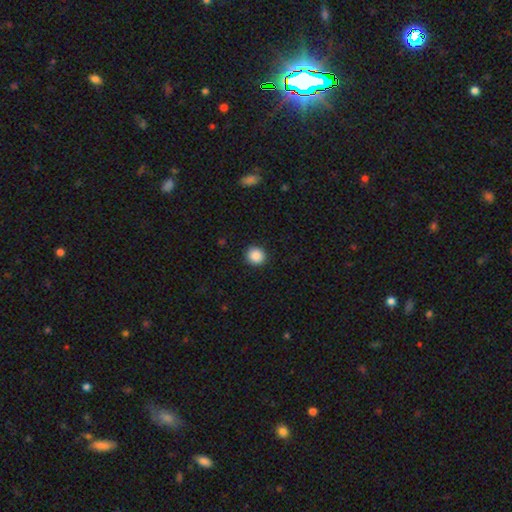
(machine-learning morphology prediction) Smooth or featured: smooth — 89% (star or artifact — 9%)
How rounded: round — 92% (in between — 7%)
Merging: none — 92% (minor disturbance — 5%)